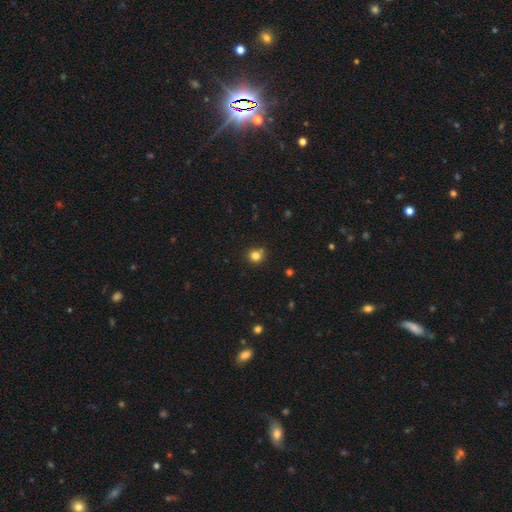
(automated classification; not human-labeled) smooth-or-featured: smooth: 81% | star or artifact: 13% | featured or disk: 6%
  how-rounded: round: 87% | in between: 12% | cigar-shaped: 1%
  merging: none: 74% | minor disturbance: 14% | merger: 8% | major disturbance: 4%